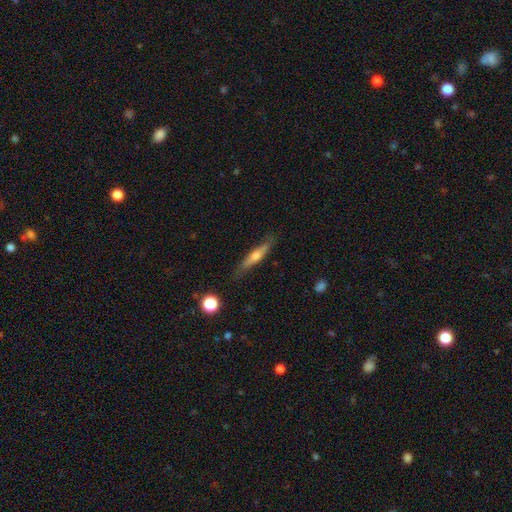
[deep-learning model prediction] The model was most divided on "smooth or featured": featured or disk: 57%, smooth: 37%, star or artifact: 7%. More confident: edge-on disk — yes (93%); edge-on bulge — rounded (87%); merging — none (82%).